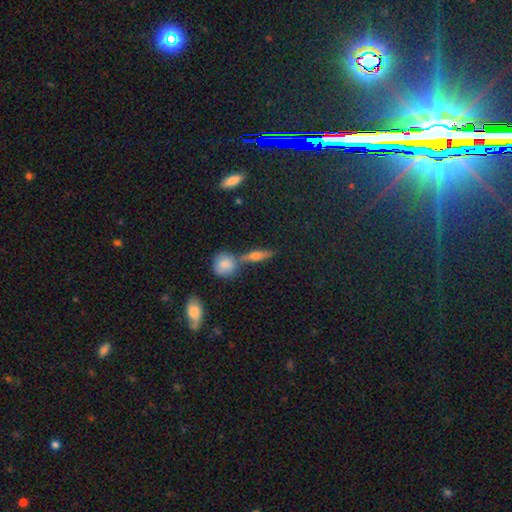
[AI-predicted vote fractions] smooth-or-featured: smooth: 46% | featured or disk: 40% | star or artifact: 14%
  merging: none: 67% | merger: 18% | minor disturbance: 11% | major disturbance: 4%